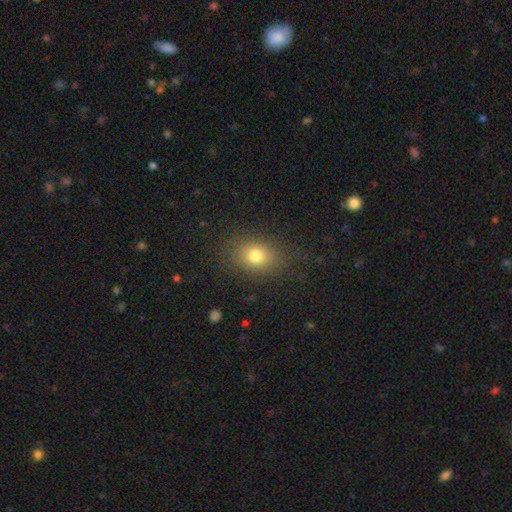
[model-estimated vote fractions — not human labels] Smooth or featured? smooth (77%)
How rounded? in between (54%)
Merging? none (82%)